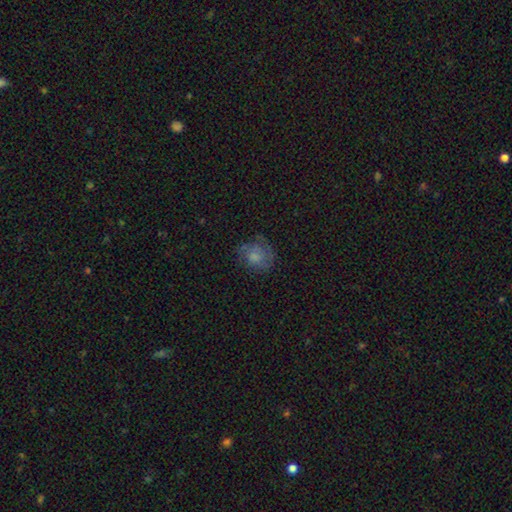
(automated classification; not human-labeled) Morphology: type=smooth (51%); roundness=round (66%); merging=none (60%).